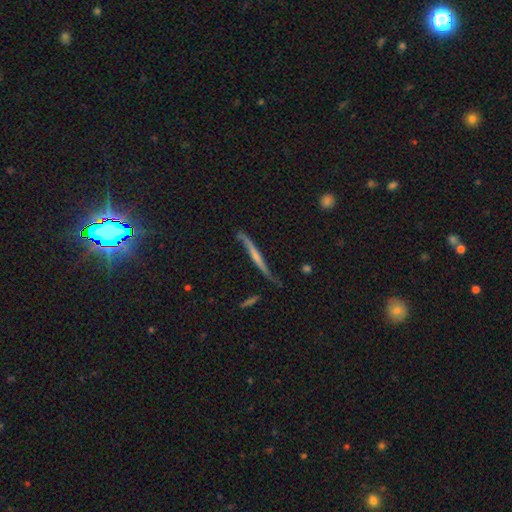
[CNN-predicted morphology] This appears to be a featured or disk galaxy (63%) viewed edge-on (85%) with no central bulge (64%). Merging: none (62%).